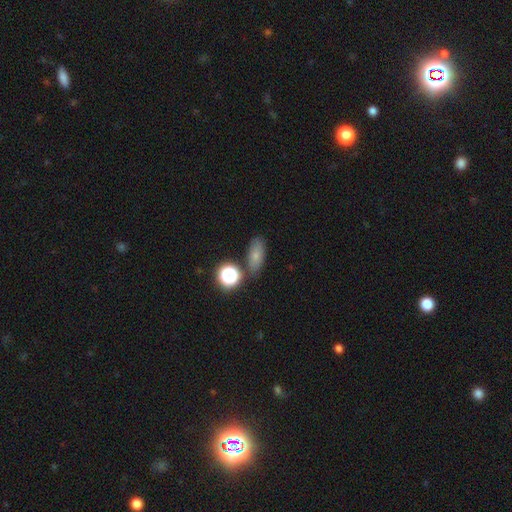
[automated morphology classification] This is likely a smooth galaxy (71%). How rounded: likely in between (74%). Merging: likely none (75%).